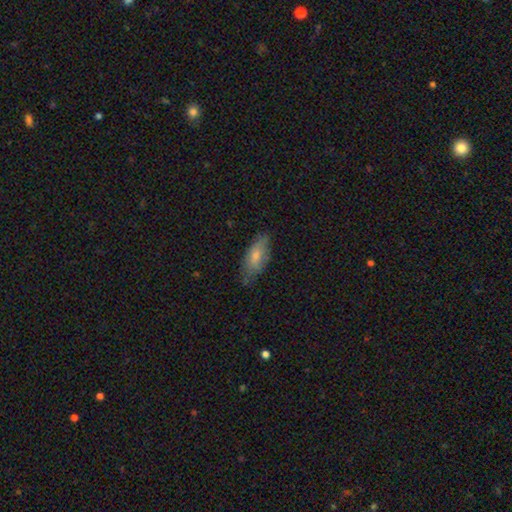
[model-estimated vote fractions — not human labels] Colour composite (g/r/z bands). It shows a smooth galaxy with no disk features (62%) that is in between round and cigar-shaped (71%). Merging: none (72%).